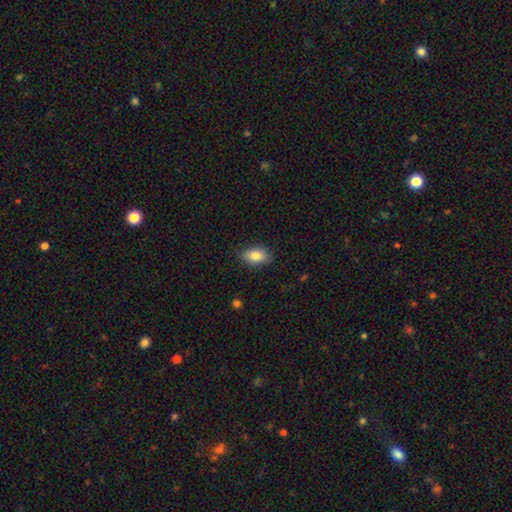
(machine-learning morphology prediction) Overall: smooth (84%). How rounded: in between (87%). Merging: none (83%).